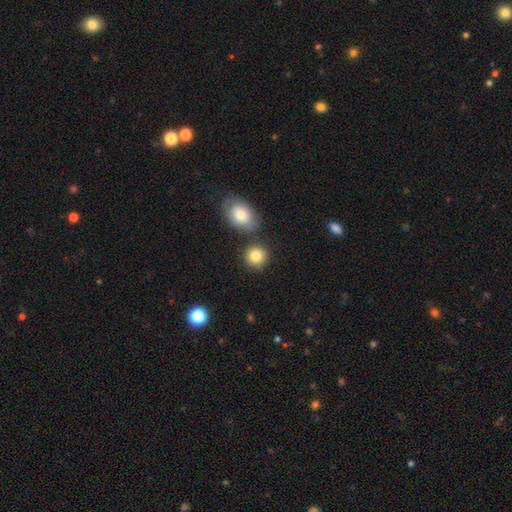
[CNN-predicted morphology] This is clearly a smooth galaxy (84%). How rounded: clearly round (84%). Merging: likely none (76%).